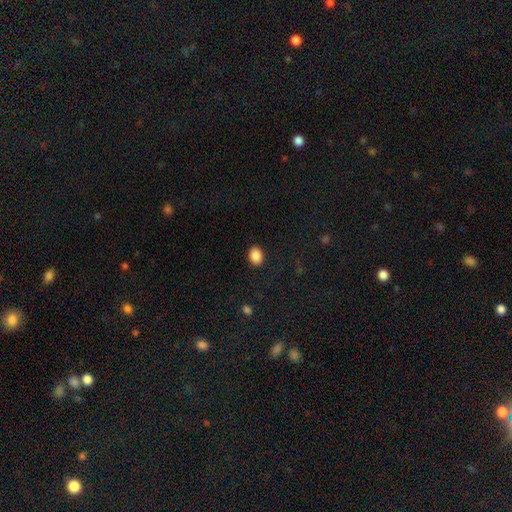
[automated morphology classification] The model was most divided on "how rounded": in between: 65%, round: 34%, cigar-shaped: 1%. More confident: merging — none (89%); smooth or featured — smooth (89%).